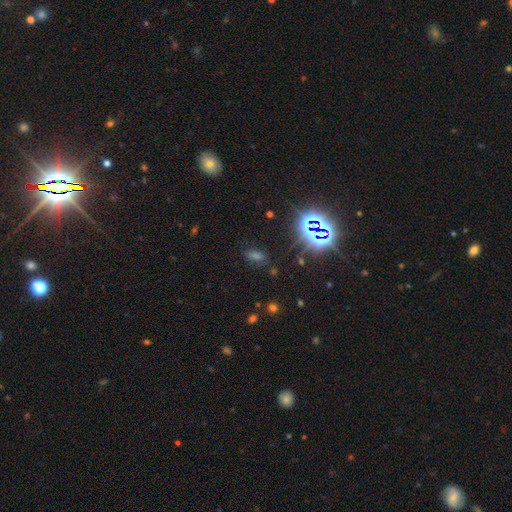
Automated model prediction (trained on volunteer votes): smooth-or-featured: star or artifact: 49% | smooth: 42% | featured or disk: 9%